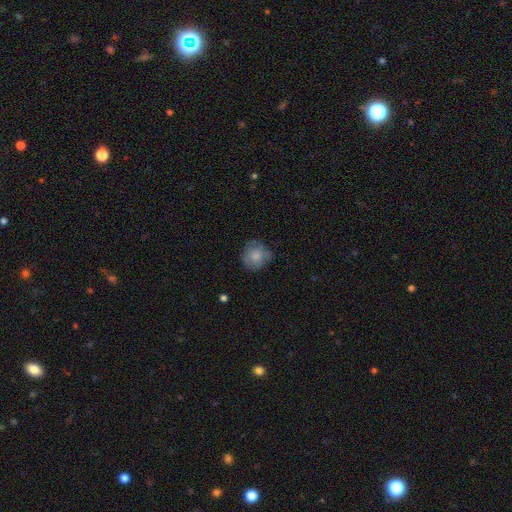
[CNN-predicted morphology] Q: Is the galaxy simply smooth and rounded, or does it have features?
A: smooth — 74%.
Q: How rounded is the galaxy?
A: round — 85%.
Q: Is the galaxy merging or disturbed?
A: none — 67%.